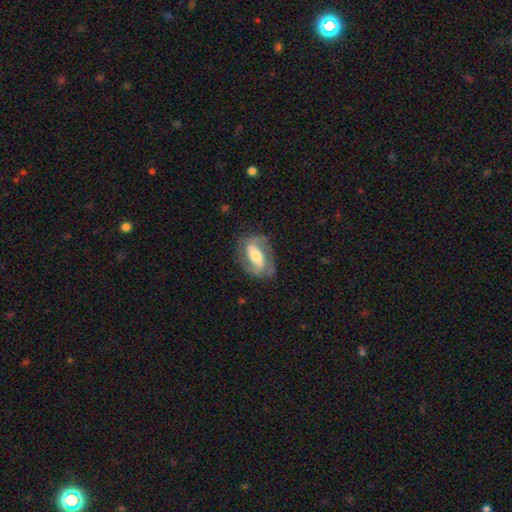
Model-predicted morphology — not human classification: smooth-or-featured: featured or disk: 74% | smooth: 20% | star or artifact: 6%
  disk-edge-on: no: 93% | yes: 7%
    bar: strong: 45% | weak: 31% | no: 23%
    has-spiral-arms: yes: 85% | no: 15%
      spiral-winding: medium: 46% | tight: 30% | loose: 24%
      spiral-arm-count: 2: 85% | can't tell: 8% | 1: 4% | 3: 1% | 4: 1% | more than 4: 1%
    bulge-size: moderate: 55% | small: 22% | large: 18% | dominant: 2% | none: 2%
  merging: none: 73% | minor disturbance: 17% | major disturbance: 9% | merger: 1%